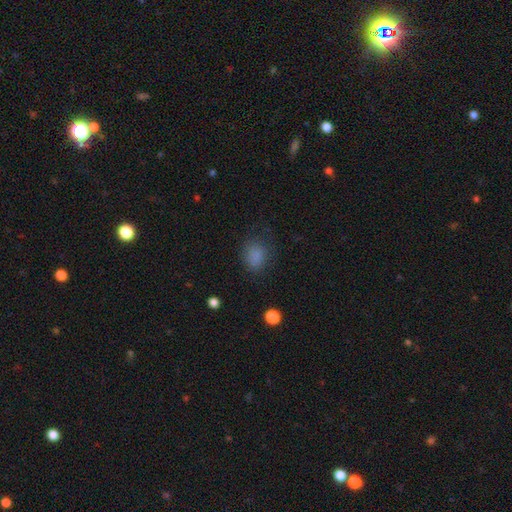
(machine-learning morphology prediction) type=smooth (82%); roundness=in between (53%); merging=none (73%).